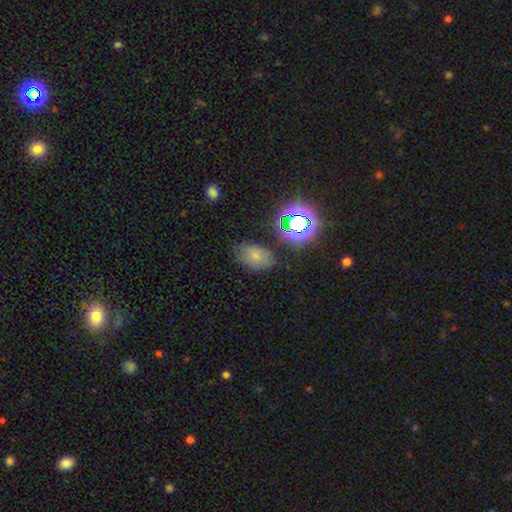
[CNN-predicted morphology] smooth 67%, star or artifact 21%, featured or disk 12%. Down the decision tree: how rounded — in between (86%); merging — none (71%).